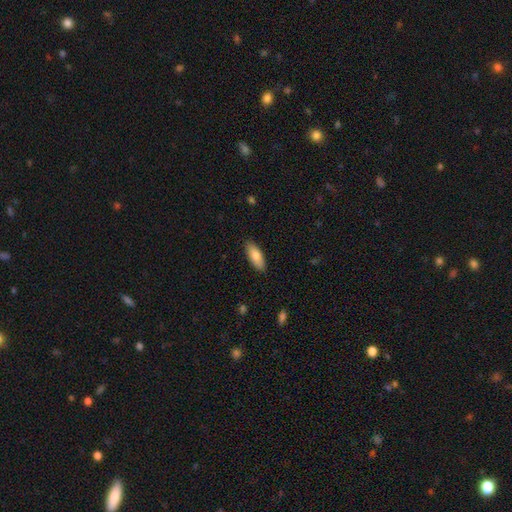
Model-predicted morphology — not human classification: A smooth galaxy with no disk features (83%) that is in between round and cigar-shaped (74%). Merging: none (88%).